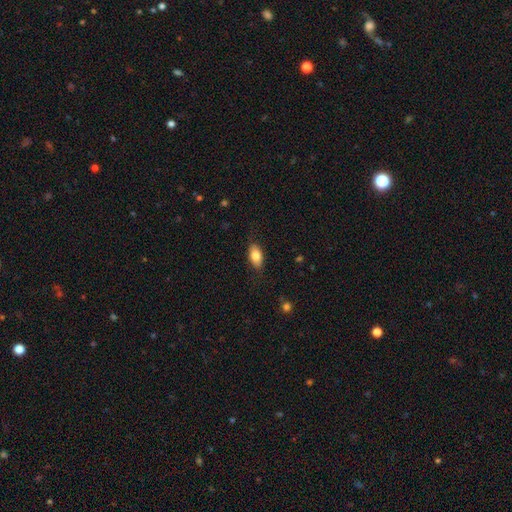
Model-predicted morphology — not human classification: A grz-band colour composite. It shows a smooth galaxy with no disk features (81%) that is in between round and cigar-shaped (91%). Merging: none (83%).